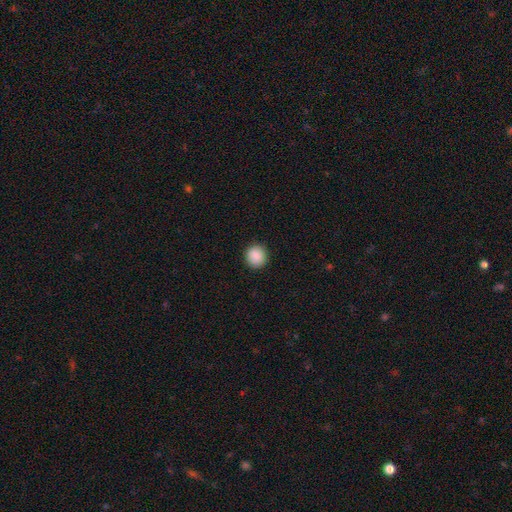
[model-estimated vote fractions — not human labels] smooth-or-featured: smooth: 89% | star or artifact: 8% | featured or disk: 3%
  how-rounded: round: 88% | in between: 11% | cigar-shaped: 1%
  merging: none: 92% | minor disturbance: 6% | major disturbance: 2% | merger: 1%